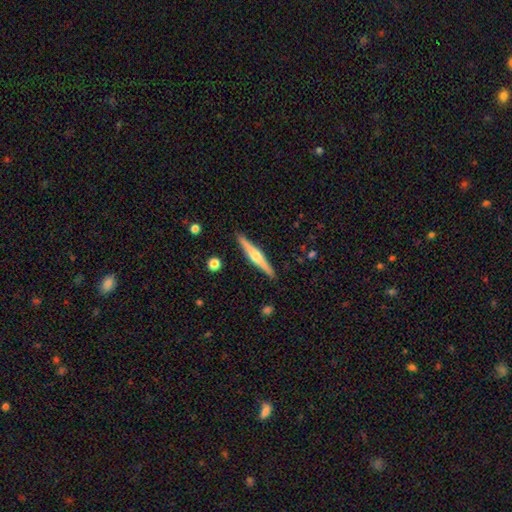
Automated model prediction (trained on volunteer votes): Morphology: type=featured or disk (70%); edge-on=yes (98%); edge-on bulge=rounded (89%); merging=none (91%).